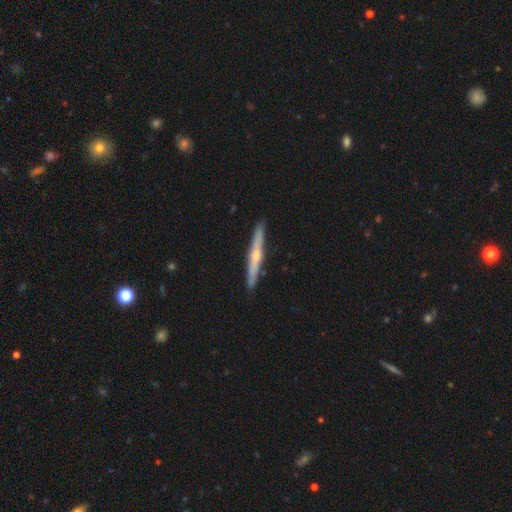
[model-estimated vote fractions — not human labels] Smooth or featured: featured or disk — 68% (smooth — 26%)
Edge-on disk: yes — 97% (no — 3%)
Edge-on bulge: rounded — 84% (none — 13%)
Merging: none — 92% (minor disturbance — 6%)